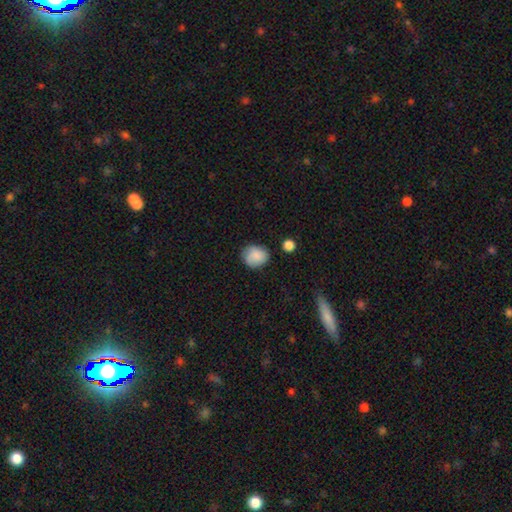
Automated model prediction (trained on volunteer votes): This is clearly a smooth galaxy (84%). How rounded: likely round (67%). Merging: likely none (73%).